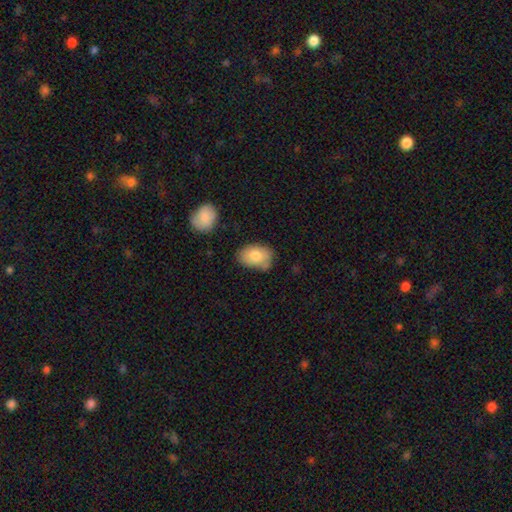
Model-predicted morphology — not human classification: Q: Smooth or featured?
A: smooth (79%); runner-up: featured or disk (15%)
Q: How rounded?
A: in between (84%); runner-up: round (15%)
Q: Merging?
A: none (61%); runner-up: minor disturbance (26%)